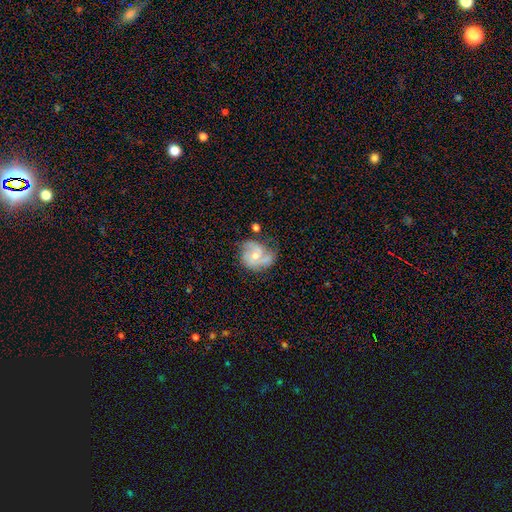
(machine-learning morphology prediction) type=featured or disk (73%); edge-on=no (98%); bar=no (63%); spiral arms=yes (91%); winding=medium (49%); arm count=2 (59%); bulge=small (51%); merging=none (54%).